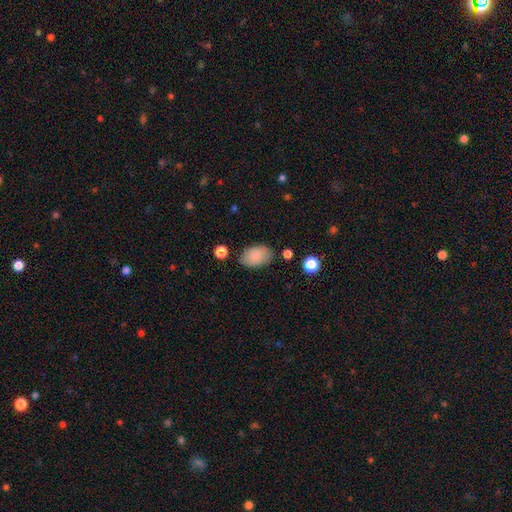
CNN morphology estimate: This is clearly a smooth galaxy (86%). How rounded: clearly in between (92%). Merging: clearly none (81%).